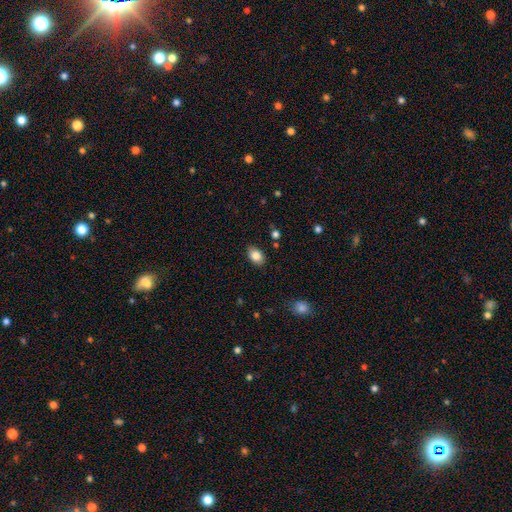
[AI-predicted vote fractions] A smooth galaxy with no disk features (84%) that is in between round and cigar-shaped (83%). Merging: none (84%).